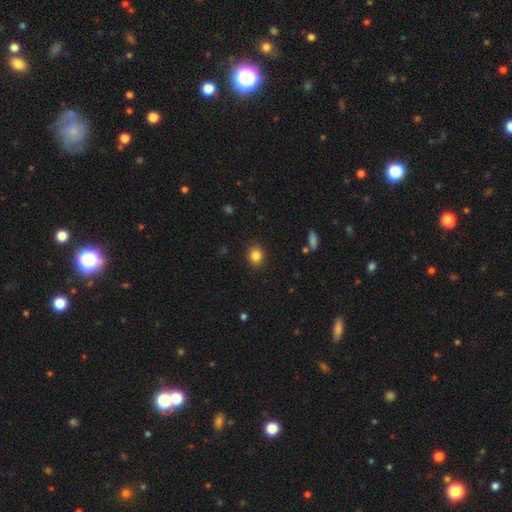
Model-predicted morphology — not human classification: This is clearly a smooth galaxy (84%). How rounded: likely round (71%). Merging: clearly none (90%).